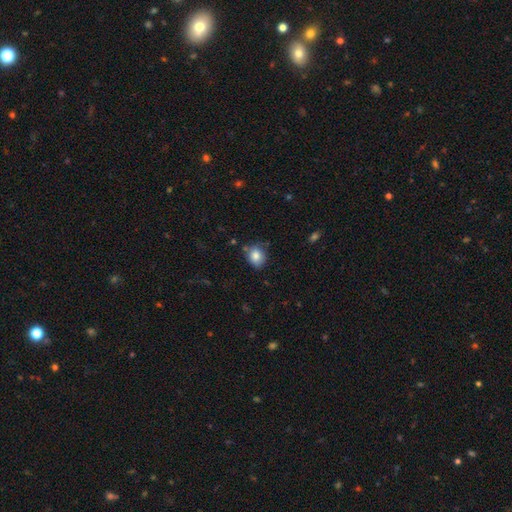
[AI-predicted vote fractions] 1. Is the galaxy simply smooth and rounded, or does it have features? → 82% smooth, 9% star or artifact, 9% featured or disk.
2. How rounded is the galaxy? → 58% round, 41% in between, 1% cigar-shaped.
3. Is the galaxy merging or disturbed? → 67% none, 23% minor disturbance, 5% merger, 5% major disturbance.